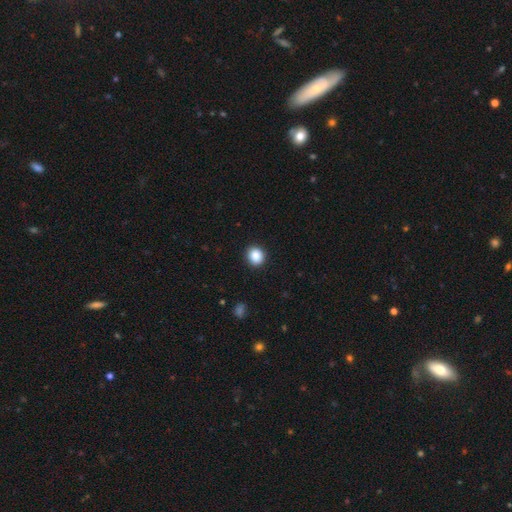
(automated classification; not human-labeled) smooth 88%, star or artifact 9%, featured or disk 3%. Down the decision tree: how rounded — round (81%); merging — none (91%).